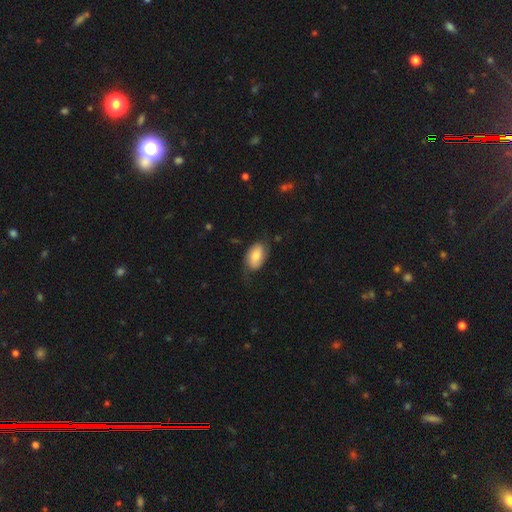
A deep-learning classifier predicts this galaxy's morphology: Smooth or featured? Predicted: smooth (p=0.66). How rounded? Predicted: in between (p=0.91). Merging? Predicted: none (p=0.59).